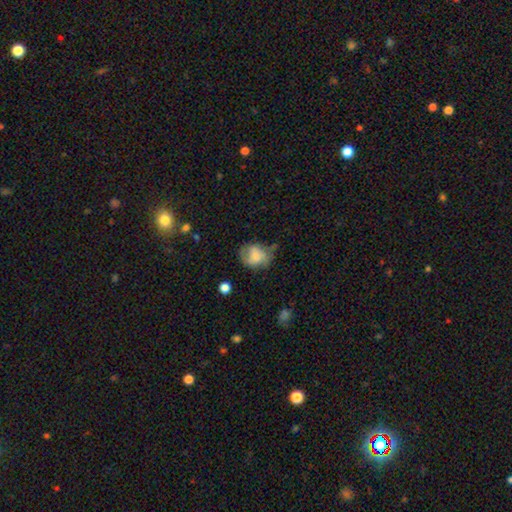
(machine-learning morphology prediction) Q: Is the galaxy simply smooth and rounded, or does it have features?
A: smooth — 61%.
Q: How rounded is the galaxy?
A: round — 55%.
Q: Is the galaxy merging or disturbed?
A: none — 51%.